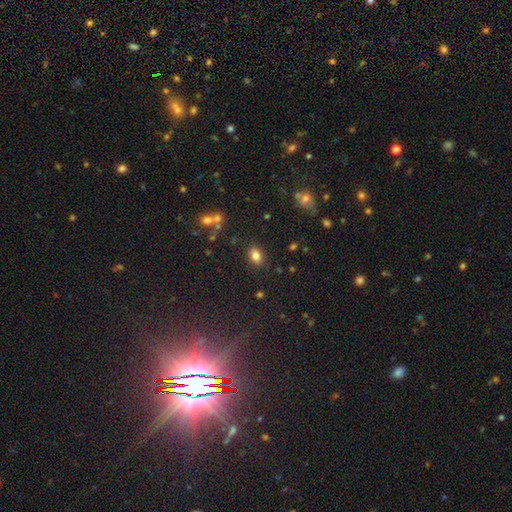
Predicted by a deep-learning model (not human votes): A smooth galaxy with no disk features (80%) that is in between round and cigar-shaped (73%). Merging: none (84%).